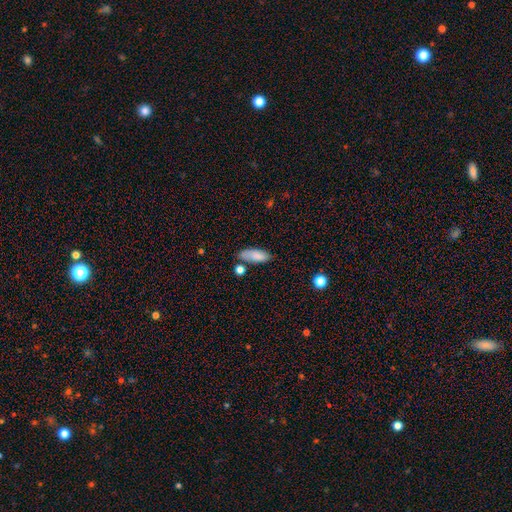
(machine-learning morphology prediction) smooth-or-featured: smooth: 84% | featured or disk: 9% | star or artifact: 7%
  how-rounded: in between: 75% | cigar-shaped: 23% | round: 2%
  merging: none: 69% | minor disturbance: 19% | merger: 8% | major disturbance: 4%